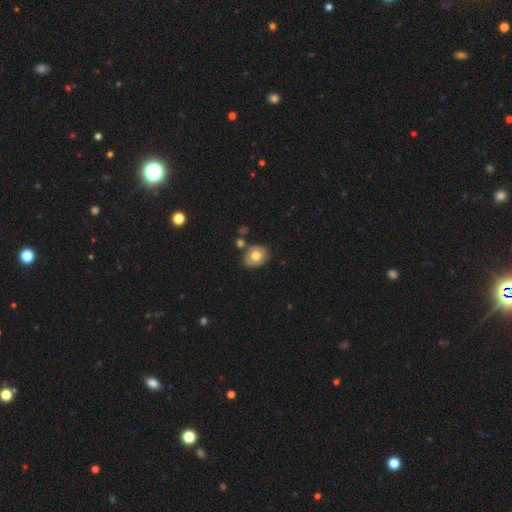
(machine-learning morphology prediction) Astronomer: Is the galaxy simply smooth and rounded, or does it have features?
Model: smooth — 57% (runner-up: featured or disk, 36%).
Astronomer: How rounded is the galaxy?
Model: in between — 53% (runner-up: round, 46%).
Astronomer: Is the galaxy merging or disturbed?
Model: none — 72%.